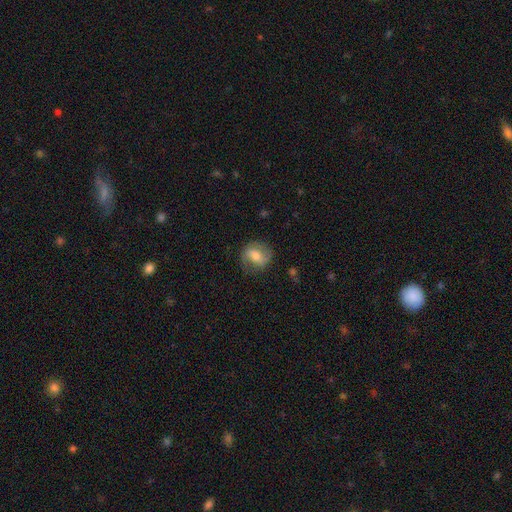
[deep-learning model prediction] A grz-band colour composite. It shows a smooth galaxy with no disk features (51%) that is round (60%). Merging: none (71%).